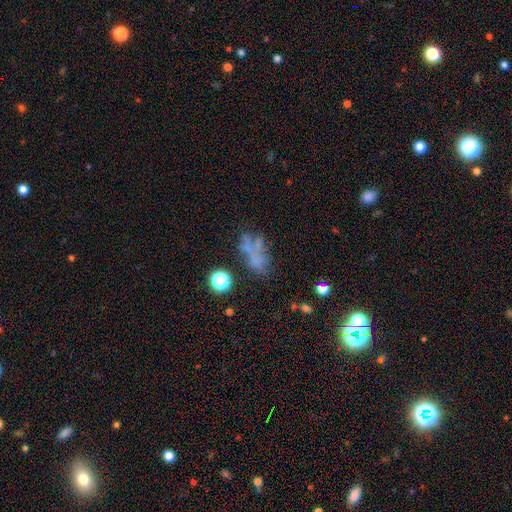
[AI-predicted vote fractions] A smooth galaxy with no disk features (38%). Merging: none (42%).